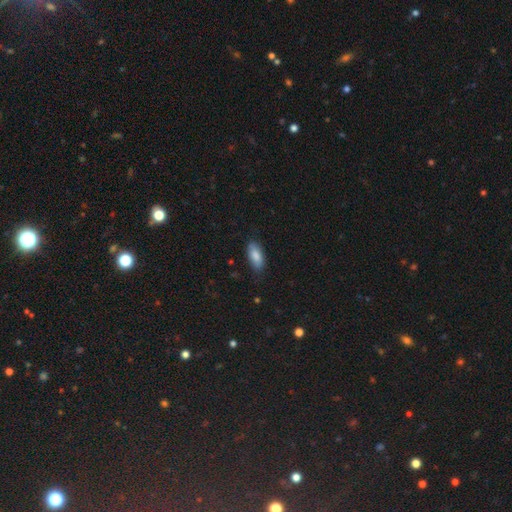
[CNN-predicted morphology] Overall: smooth (84%). How rounded: in between (86%). Merging: none (79%).